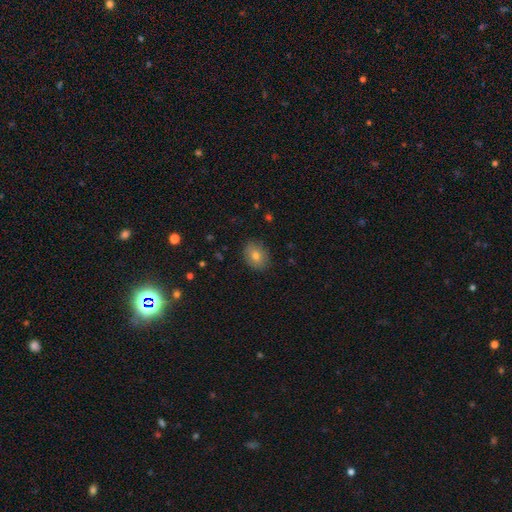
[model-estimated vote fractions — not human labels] Overall: smooth (77%). How rounded: in between (56%; round 43%). Merging: none (87%).